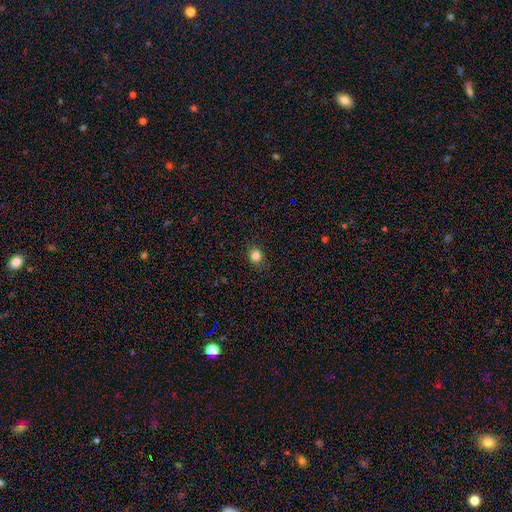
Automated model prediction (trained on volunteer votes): Morphology: type=smooth (83%); roundness=round (76%); merging=none (88%).